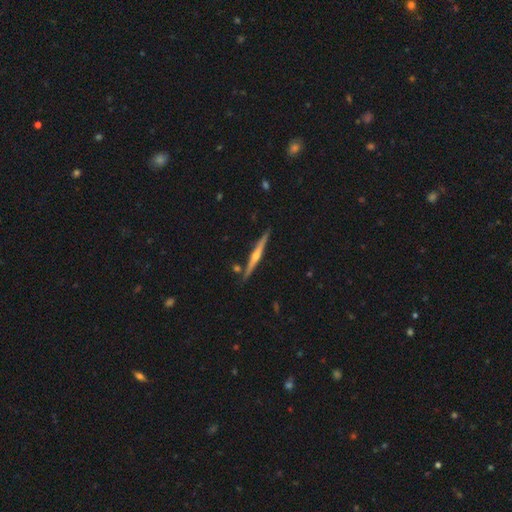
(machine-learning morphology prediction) A featured or disk galaxy (79%) viewed edge-on (98%) with a rounded central bulge (89%).

Vote fractions:
- Smooth or featured? featured or disk: 79% / smooth: 16% / star or artifact: 5%
- Edge-on disk? yes: 98% / no: 2%
- Edge-on bulge? rounded: 89% / none: 7% / boxy: 4%
- Merging? none: 88% / minor disturbance: 7% / merger: 3% / major disturbance: 1%